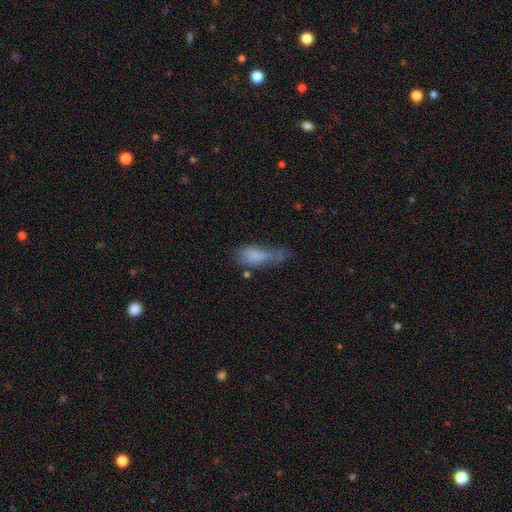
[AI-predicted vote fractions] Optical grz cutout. It shows a smooth galaxy with no disk features (69%) that is in between round and cigar-shaped (69%). Merging: major disturbance (33%).